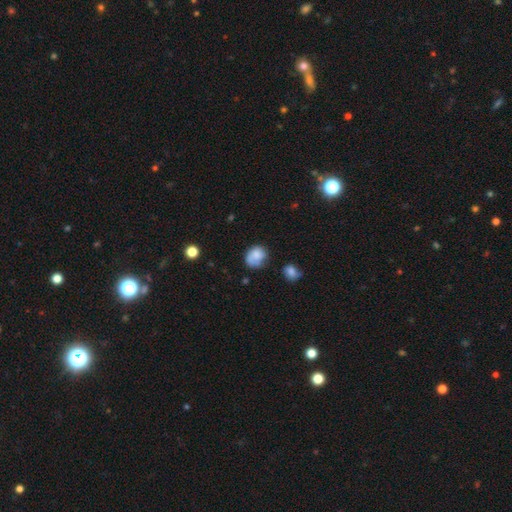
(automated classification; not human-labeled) Smooth or featured: smooth — 69% (featured or disk — 22%)
How rounded: round — 56% (in between — 43%)
Merging: none — 43% (minor disturbance — 30%)